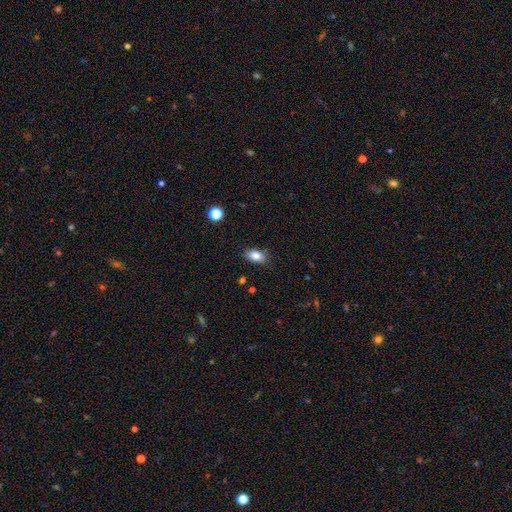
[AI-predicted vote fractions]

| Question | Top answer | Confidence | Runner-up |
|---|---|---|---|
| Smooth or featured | smooth | 84% | star or artifact (9%) |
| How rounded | in between | 88% | round (10%) |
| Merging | none | 85% | minor disturbance (11%) |